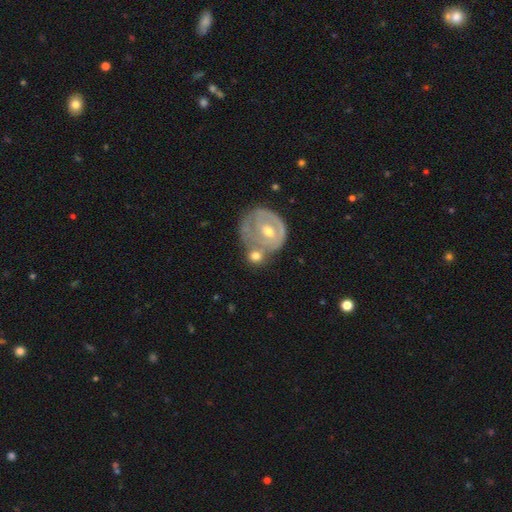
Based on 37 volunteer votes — This appears to be a featured or disk galaxy (59%) with no bar (50%), 2 (50%) tight (50%) spiral arms (80%) and a moderate central bulge (50%). Merging: merger (56%).